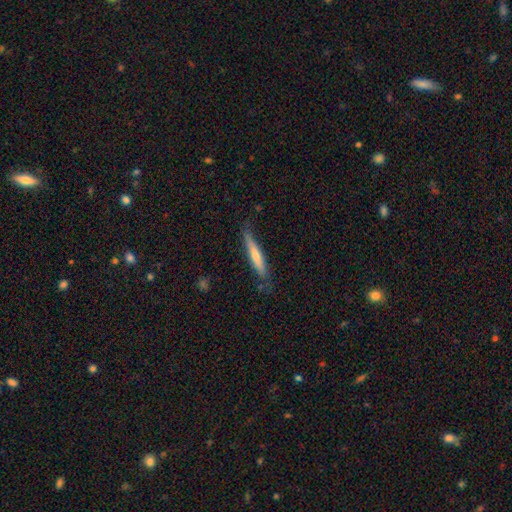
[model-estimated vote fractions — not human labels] This appears to be a smooth galaxy with no disk features (63%) that is cigar-shaped (93%). Merging: none (77%).